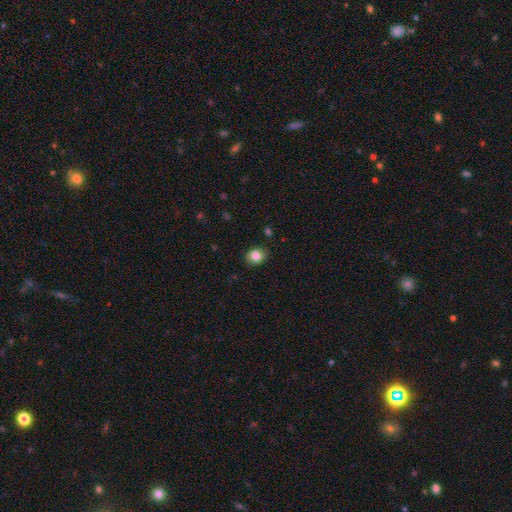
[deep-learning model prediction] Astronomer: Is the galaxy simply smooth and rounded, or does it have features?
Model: smooth — 85%.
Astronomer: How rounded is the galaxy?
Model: round — 64%.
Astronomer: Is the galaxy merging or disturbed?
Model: none — 85%.